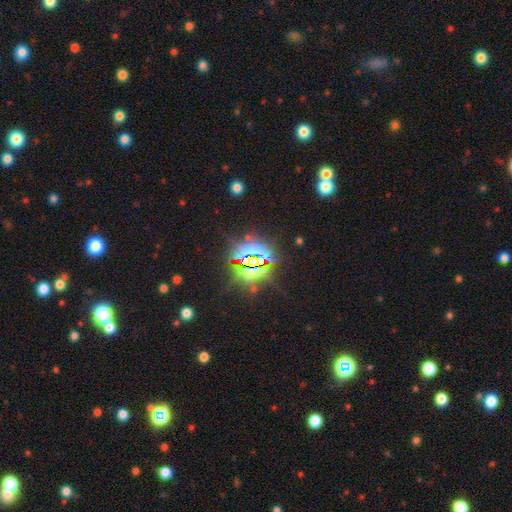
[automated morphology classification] Smooth or featured?
  - star or artifact: 82% *
  - smooth: 9%
  - featured or disk: 9%